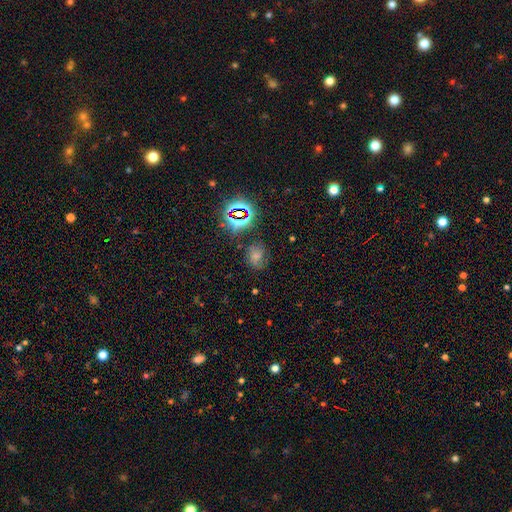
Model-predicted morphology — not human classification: Smooth or featured? smooth (53%)
How rounded? in between (56%)
Merging? none (63%)